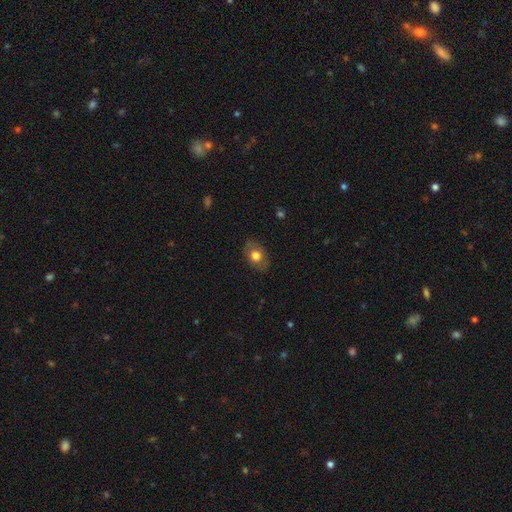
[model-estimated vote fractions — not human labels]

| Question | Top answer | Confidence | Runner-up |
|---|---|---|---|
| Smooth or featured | smooth | 70% | featured or disk (22%) |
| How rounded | in between | 76% | round (23%) |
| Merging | none | 82% | minor disturbance (14%) |